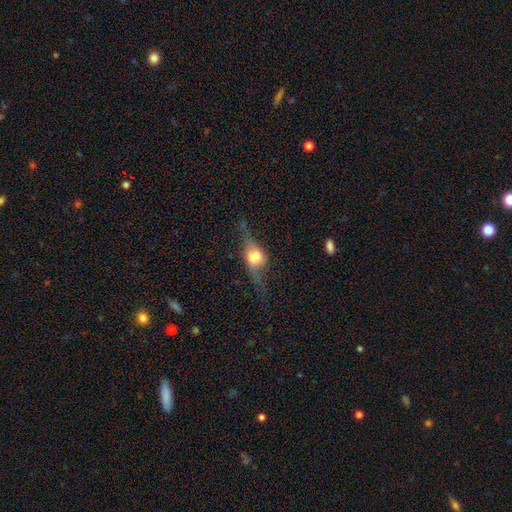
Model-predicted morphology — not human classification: smooth-or-featured: featured or disk: 66% | smooth: 26% | star or artifact: 8%
  disk-edge-on: yes: 84% | no: 16%
    edge-on-bulge: rounded: 92% | boxy: 6% | none: 2%
  merging: none: 61% | minor disturbance: 21% | major disturbance: 15% | merger: 3%